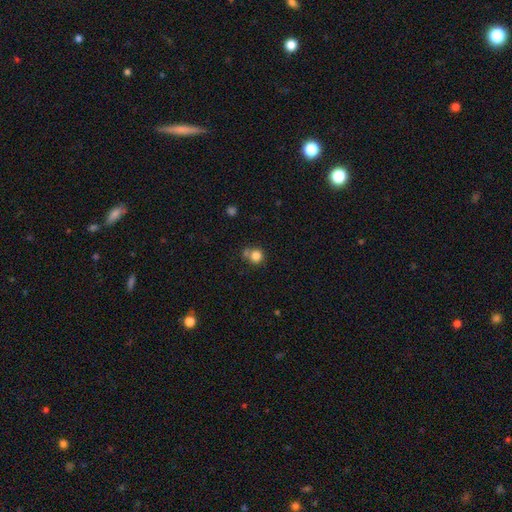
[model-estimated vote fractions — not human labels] Smooth or featured? Predicted: smooth (p=0.83). How rounded? Predicted: round (p=0.90). Merging? Predicted: none (p=0.62).